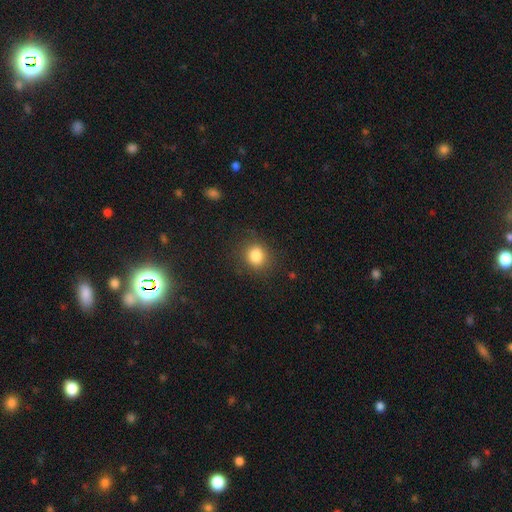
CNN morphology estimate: Smooth or featured?
  - smooth: 83% *
  - star or artifact: 11%
  - featured or disk: 6%
How rounded?
  - round: 82% *
  - in between: 17%
  - cigar-shaped: 1%
Merging?
  - none: 85% *
  - minor disturbance: 10%
  - major disturbance: 4%
  - merger: 1%